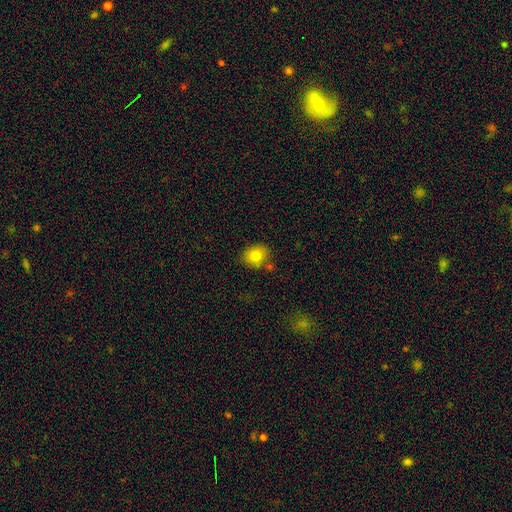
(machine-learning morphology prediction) Q: Smooth or featured?
A: smooth (80%); runner-up: featured or disk (10%)
Q: How rounded?
A: round (70%); runner-up: in between (29%)
Q: Merging?
A: none (73%); runner-up: minor disturbance (14%)